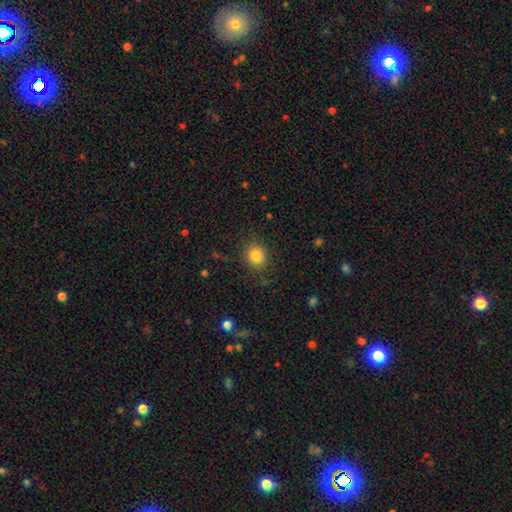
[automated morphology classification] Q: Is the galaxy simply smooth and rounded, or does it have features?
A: smooth — 83%.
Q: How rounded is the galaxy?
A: round — 77%.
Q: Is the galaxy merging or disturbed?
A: none — 86%.